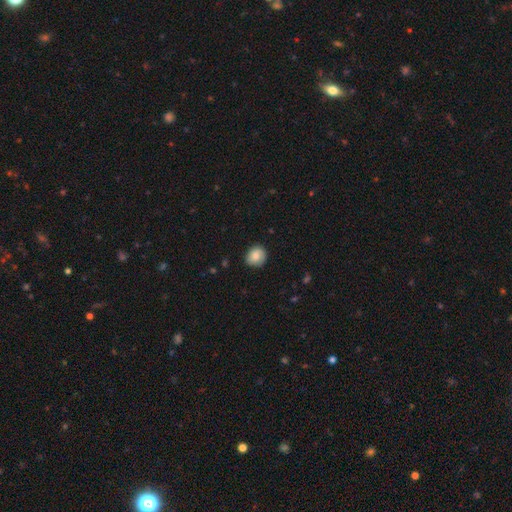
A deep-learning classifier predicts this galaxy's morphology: smooth_or_featured: smooth (p=0.82) [alt: featured or disk p=0.10]
how_rounded: round (p=0.77) [alt: in between p=0.22]
merging: none (p=0.82) [alt: minor disturbance p=0.14]